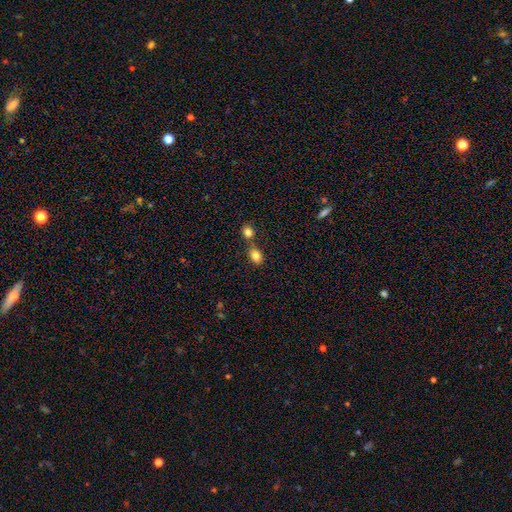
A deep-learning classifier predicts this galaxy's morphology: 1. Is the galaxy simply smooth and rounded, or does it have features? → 82% smooth, 10% star or artifact, 7% featured or disk.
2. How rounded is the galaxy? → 66% in between, 33% round, 1% cigar-shaped.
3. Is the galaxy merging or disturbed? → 60% none, 27% merger, 11% minor disturbance, 3% major disturbance.